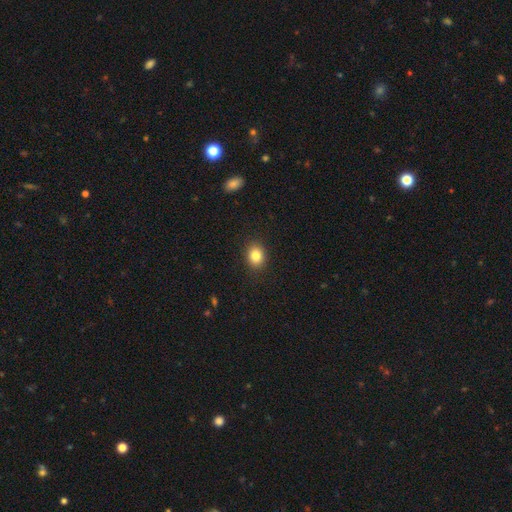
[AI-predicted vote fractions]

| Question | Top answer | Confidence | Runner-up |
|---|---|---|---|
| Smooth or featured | smooth | 83% | star or artifact (10%) |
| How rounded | round | 50% | tied: in between (50%) |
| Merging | none | 89% | minor disturbance (7%) |